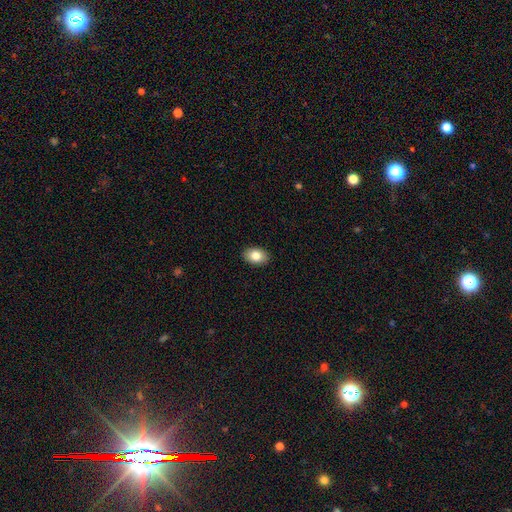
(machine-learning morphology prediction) A smooth galaxy with no disk features (83%) that is in between round and cigar-shaped (83%). Merging: none (90%).